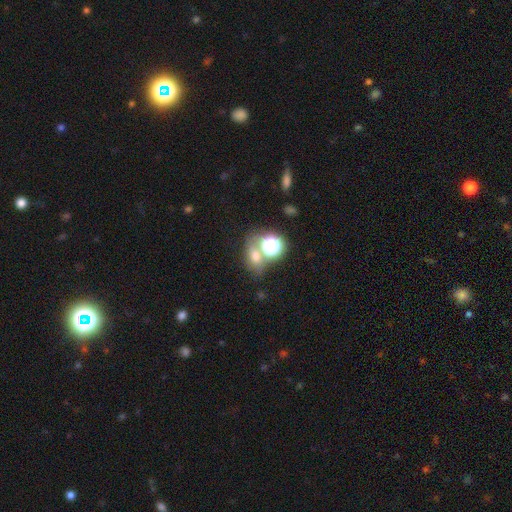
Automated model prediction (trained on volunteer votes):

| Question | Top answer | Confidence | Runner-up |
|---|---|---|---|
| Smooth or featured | smooth | 61% | star or artifact (26%) |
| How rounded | in between | 51% | round (47%) |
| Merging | none | 49% | merger (32%) |